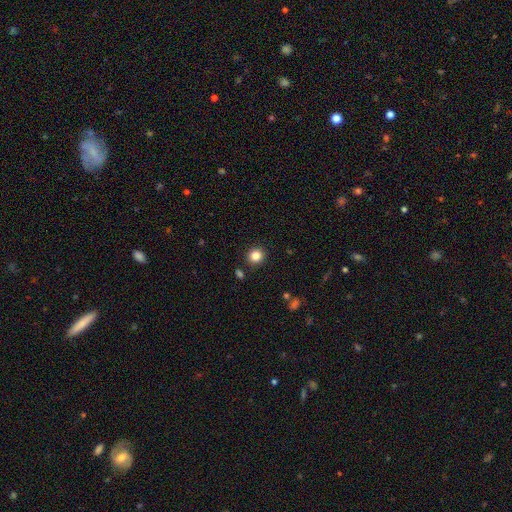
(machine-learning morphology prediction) type=smooth (84%); roundness=round (89%); merging=none (89%).